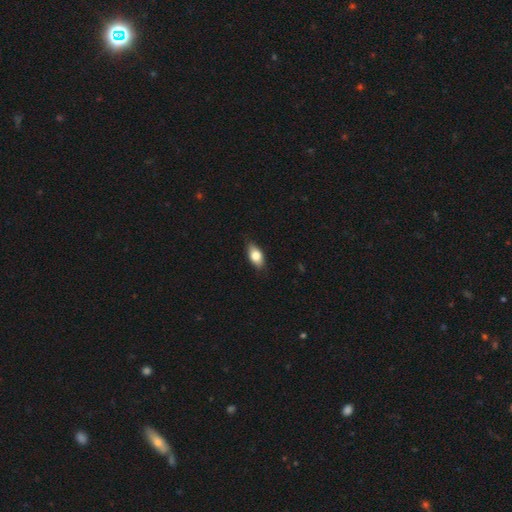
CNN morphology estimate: smooth_or_featured: smooth (p=0.79) [alt: featured or disk p=0.15]
how_rounded: in between (p=0.88) [alt: cigar-shaped p=0.06]
merging: none (p=0.83) [alt: minor disturbance p=0.14]